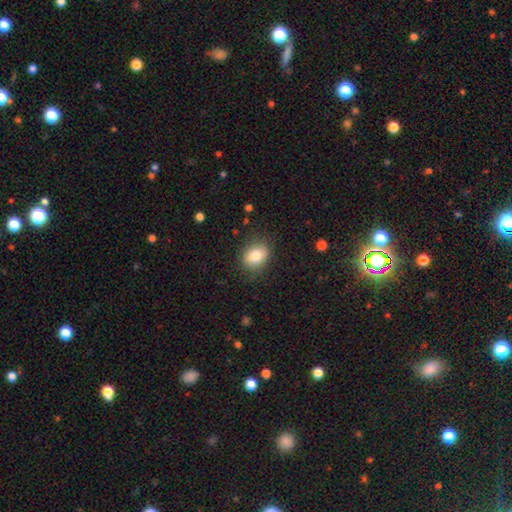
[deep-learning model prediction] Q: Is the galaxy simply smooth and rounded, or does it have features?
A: smooth — 81%.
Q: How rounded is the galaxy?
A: in between — 54%.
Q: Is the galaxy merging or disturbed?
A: none — 80%.